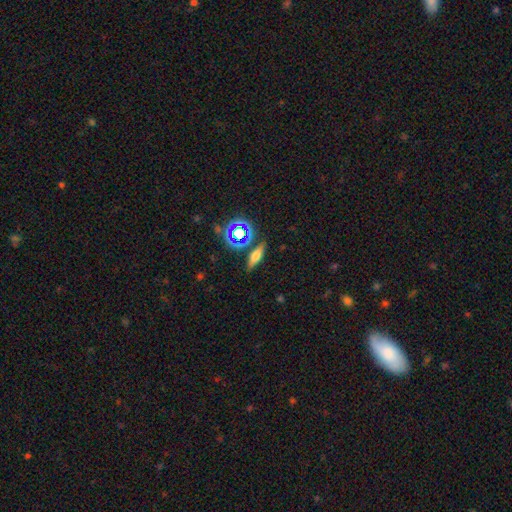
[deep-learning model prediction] smooth 49%, featured or disk 33%, star or artifact 18%. Down the decision tree: merging — none (80%).